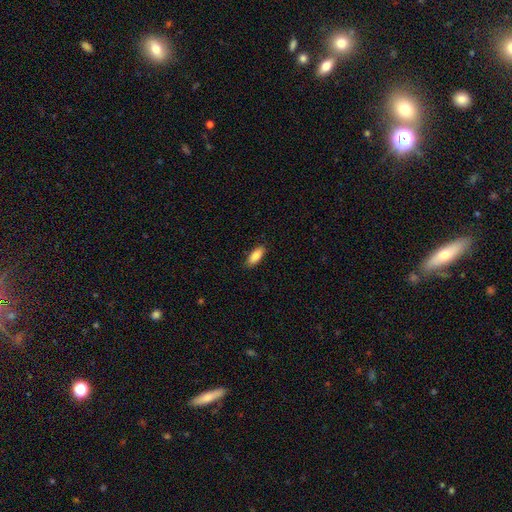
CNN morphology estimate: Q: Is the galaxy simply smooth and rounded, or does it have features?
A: smooth — 87%.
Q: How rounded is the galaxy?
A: in between — 78%.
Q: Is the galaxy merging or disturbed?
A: none — 87%.